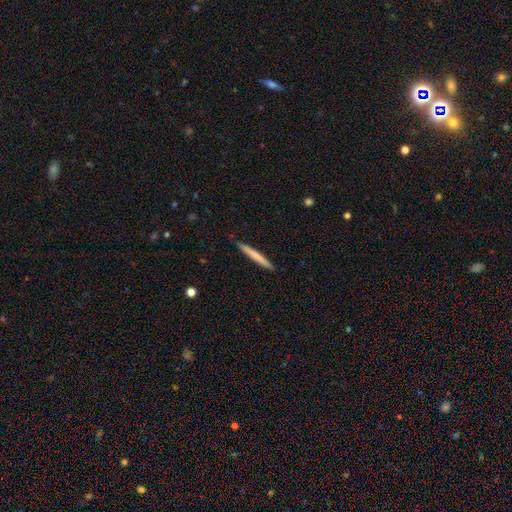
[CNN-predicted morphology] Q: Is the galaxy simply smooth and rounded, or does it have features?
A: smooth — 66%.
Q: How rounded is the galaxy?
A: cigar-shaped — 97%.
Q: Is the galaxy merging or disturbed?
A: none — 91%.